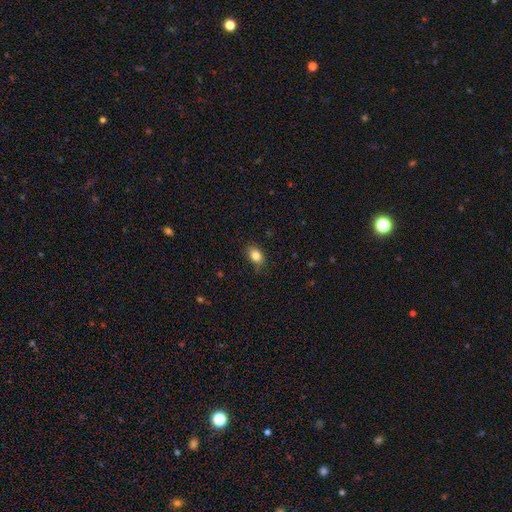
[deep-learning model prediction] Q: Smooth or featured?
A: smooth (83%); runner-up: star or artifact (10%)
Q: How rounded?
A: in between (74%); runner-up: round (25%)
Q: Merging?
A: none (78%); runner-up: minor disturbance (18%)